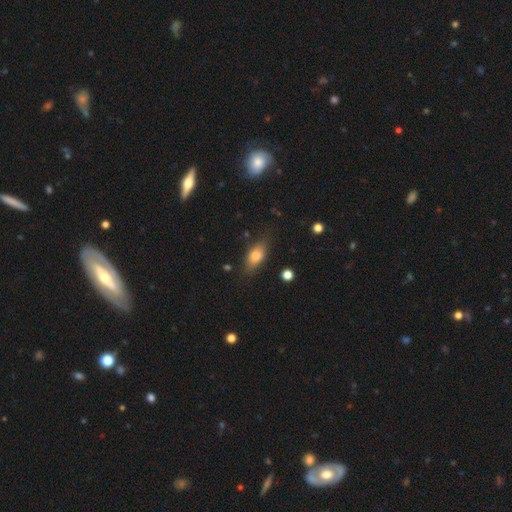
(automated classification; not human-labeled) Overall: smooth (74%). How rounded: in between (80%). Merging: none (75%).